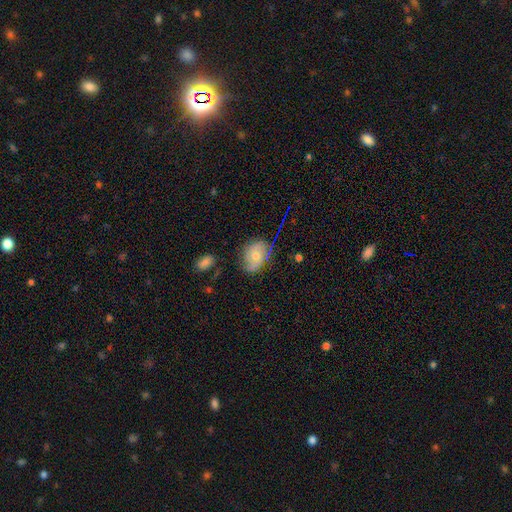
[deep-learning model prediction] featured or disk 50%, smooth 40%, star or artifact 10%. Down the decision tree: edge-on disk — no (95%); merging — none (65%).